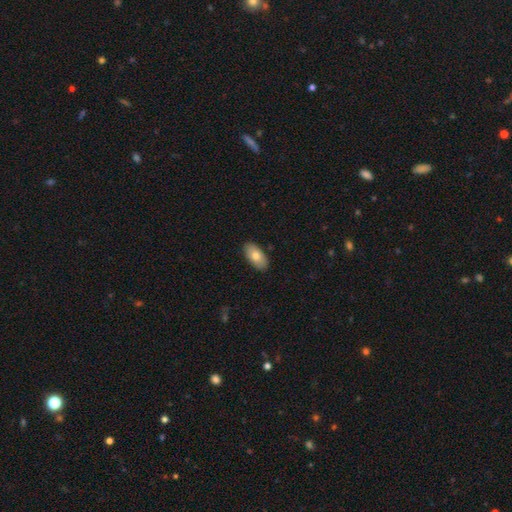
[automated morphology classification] smooth-or-featured: smooth: 76% | featured or disk: 17% | star or artifact: 6%
  how-rounded: in between: 94% | round: 3% | cigar-shaped: 3%
  merging: none: 89% | minor disturbance: 9% | major disturbance: 2% | merger: 1%